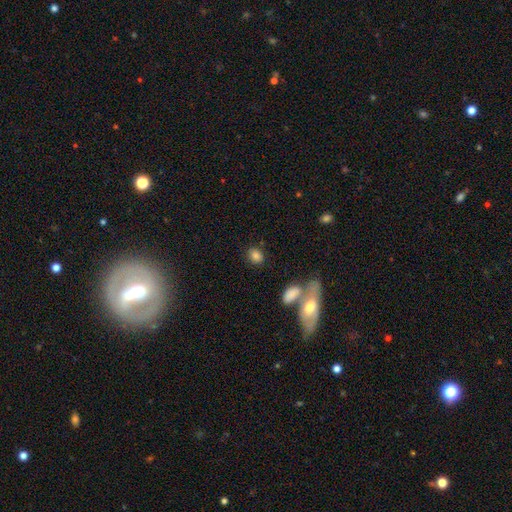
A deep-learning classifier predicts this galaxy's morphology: This is clearly a smooth galaxy (83%). How rounded: possibly in between (60%). Merging: likely none (78%).